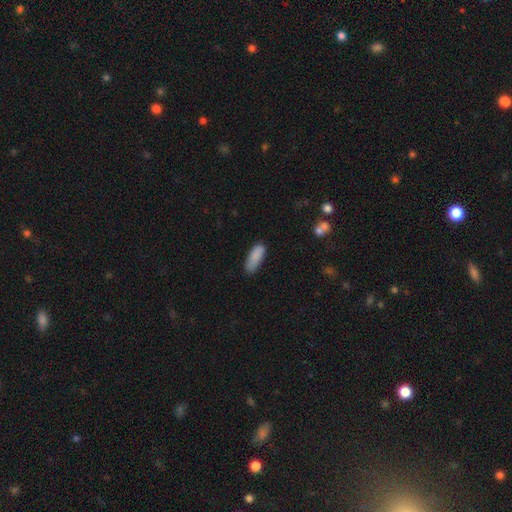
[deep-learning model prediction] Smooth or featured? smooth (88%)
How rounded? in between (62%)
Merging? none (71%)